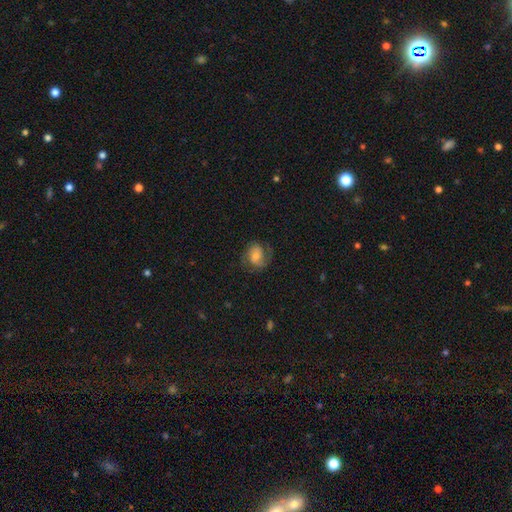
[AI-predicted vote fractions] featured or disk 61%, smooth 30%, star or artifact 9%. Down the decision tree: edge-on disk — no (97%); bar — no (55%); spiral arms — yes (91%); spiral arm count — 2 (72%); spiral winding — medium (46%); bulge size — moderate (43%); merging — none (67%).